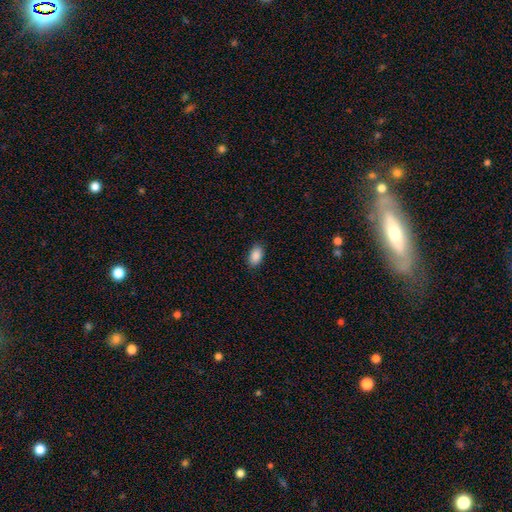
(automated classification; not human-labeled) Q: Smooth or featured?
A: smooth (89%); runner-up: star or artifact (7%)
Q: How rounded?
A: in between (92%); runner-up: round (6%)
Q: Merging?
A: none (88%); runner-up: minor disturbance (9%)